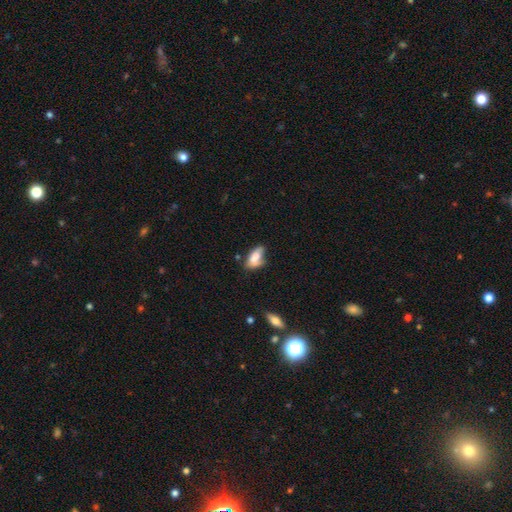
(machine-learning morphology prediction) Q: Smooth or featured?
A: smooth (67%); runner-up: featured or disk (25%)
Q: How rounded?
A: in between (86%); runner-up: cigar-shaped (10%)
Q: Merging?
A: none (41%); runner-up: minor disturbance (34%)